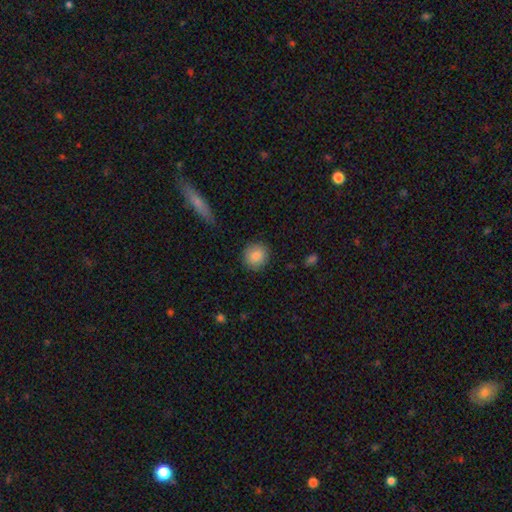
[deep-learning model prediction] The model was most divided on "how rounded": round: 87%, in between: 12%, cigar-shaped: 1%. More confident: merging — none (88%); smooth or featured — smooth (86%).